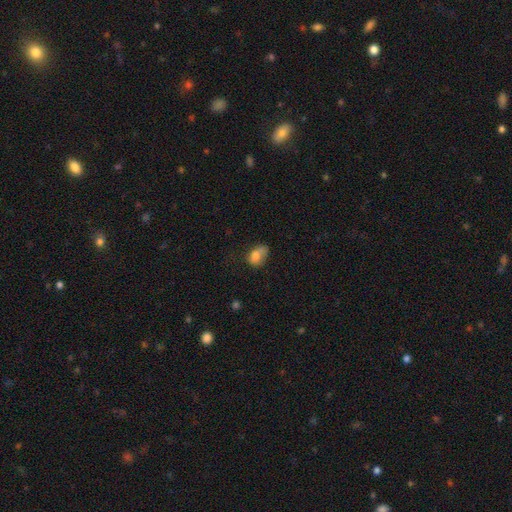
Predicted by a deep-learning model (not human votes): Smooth or featured? smooth (74%)
How rounded? in between (75%)
Merging? minor disturbance (33%)